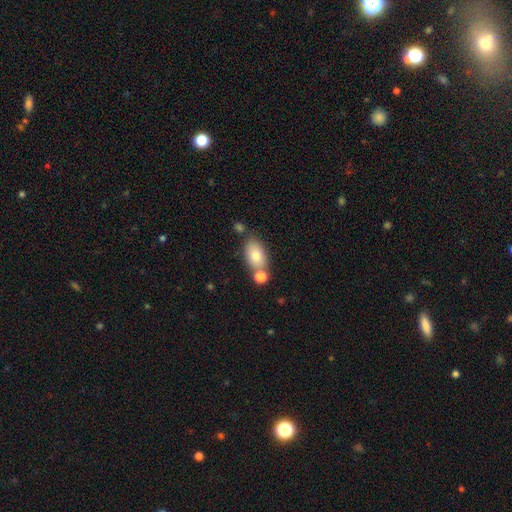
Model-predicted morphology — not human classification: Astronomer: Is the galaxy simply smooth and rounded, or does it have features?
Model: smooth — 77%.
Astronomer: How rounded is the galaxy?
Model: in between — 88%.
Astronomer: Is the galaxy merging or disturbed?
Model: none — 60%.